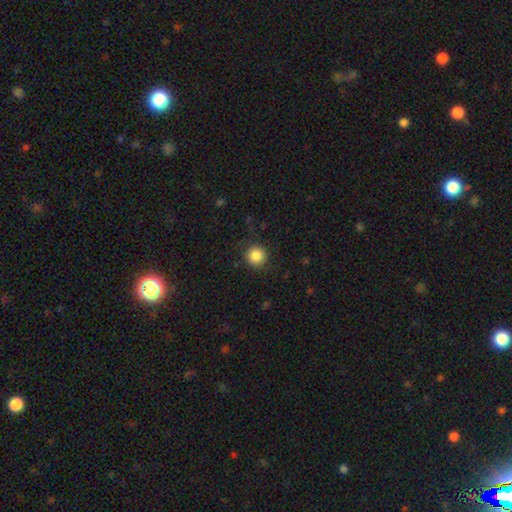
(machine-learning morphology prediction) smooth 86%, star or artifact 10%, featured or disk 4%. Down the decision tree: how rounded — round (94%); merging — none (90%).